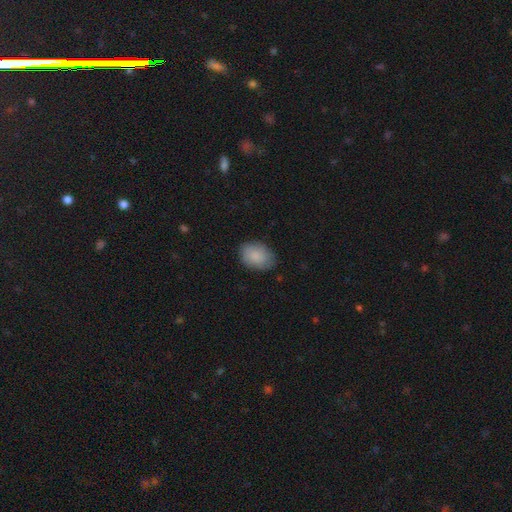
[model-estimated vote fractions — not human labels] Smooth or featured? Predicted: smooth (p=0.86). How rounded? Predicted: in between (p=0.82). Merging? Predicted: none (p=0.80).